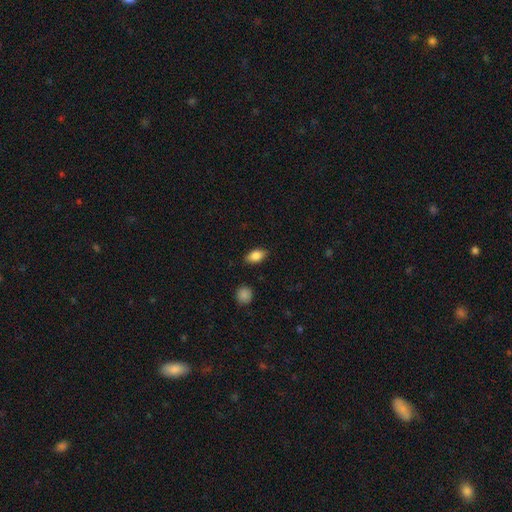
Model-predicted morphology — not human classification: Smooth or featured?
  - smooth: 83% *
  - featured or disk: 9%
  - star or artifact: 8%
How rounded?
  - in between: 87% *
  - round: 7%
  - cigar-shaped: 6%
Merging?
  - none: 85% *
  - minor disturbance: 11%
  - major disturbance: 3%
  - merger: 1%